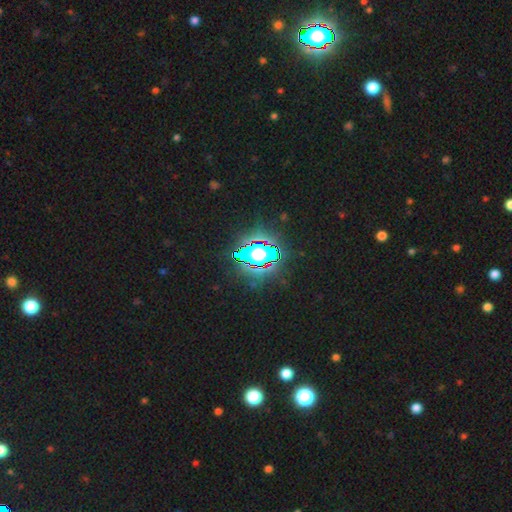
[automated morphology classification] This is likely a star or artifact rather than a galaxy (77%).